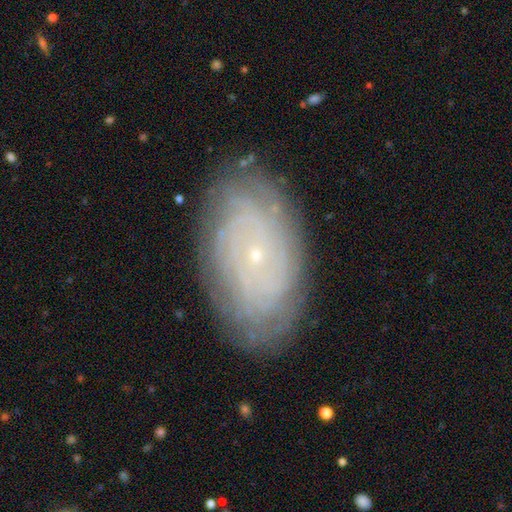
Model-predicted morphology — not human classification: This appears to be a featured or disk galaxy (75%) with no bar (85%), tight (83%) spiral arms (87%) and a small central bulge (89%). Merging: none (83%).